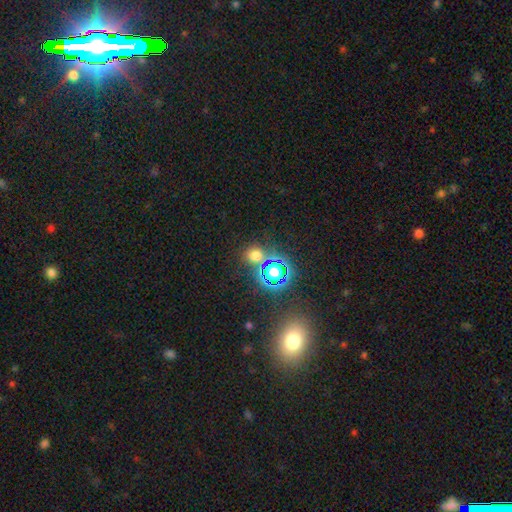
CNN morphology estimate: smooth-or-featured: smooth: 58% | star or artifact: 36% | featured or disk: 6%
  how-rounded: round: 76% | in between: 22% | cigar-shaped: 1%
  merging: none: 76% | merger: 11% | minor disturbance: 9% | major disturbance: 4%